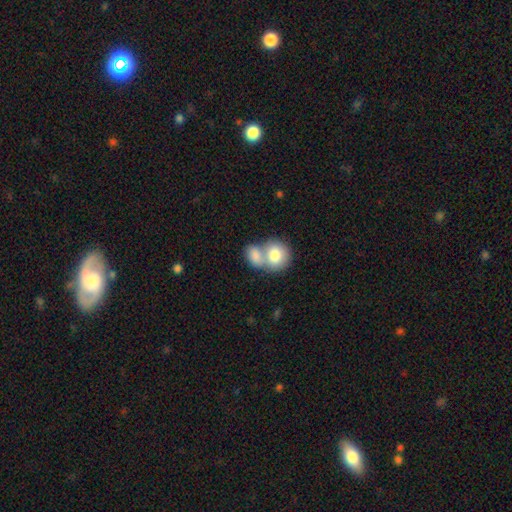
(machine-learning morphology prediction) Q: Smooth or featured?
A: smooth (81%); runner-up: featured or disk (13%)
Q: How rounded?
A: in between (53%); runner-up: round (45%)
Q: Merging?
A: merger (67%); runner-up: none (23%)